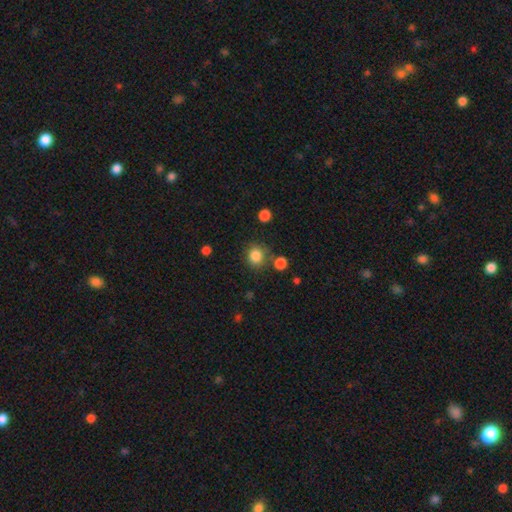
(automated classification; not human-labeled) Morphology: type=smooth (84%); roundness=round (84%); merging=none (75%).